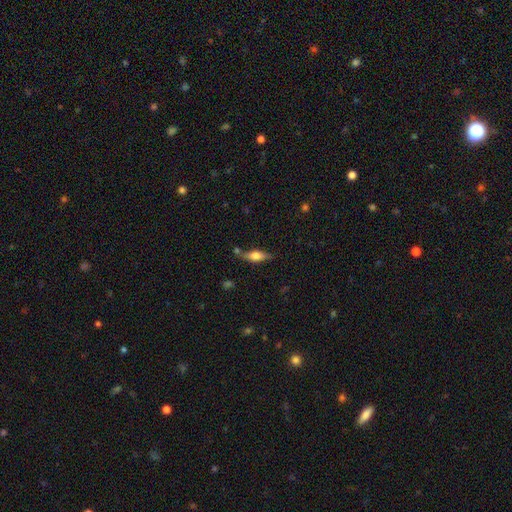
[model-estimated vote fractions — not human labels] The model was most divided on "smooth or featured": smooth: 49%, featured or disk: 44%, star or artifact: 7%. More confident: merging — none (74%).